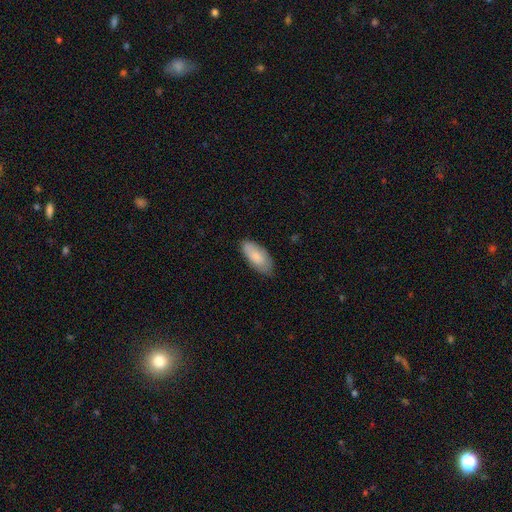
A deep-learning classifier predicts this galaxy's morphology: Q: Smooth or featured?
A: smooth (83%); runner-up: featured or disk (11%)
Q: How rounded?
A: in between (89%); runner-up: cigar-shaped (9%)
Q: Merging?
A: none (75%); runner-up: minor disturbance (21%)